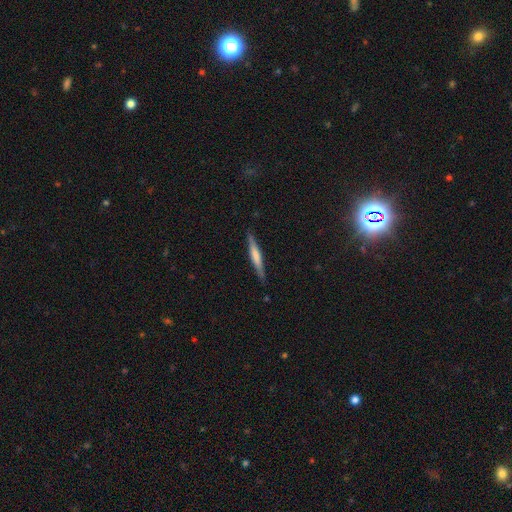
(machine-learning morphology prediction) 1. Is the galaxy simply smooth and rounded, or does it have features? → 50% smooth, 44% featured or disk, 6% star or artifact.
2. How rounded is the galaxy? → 94% cigar-shaped, 4% in between, 1% round.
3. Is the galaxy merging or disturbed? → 88% none, 9% minor disturbance, 2% major disturbance, 1% merger.